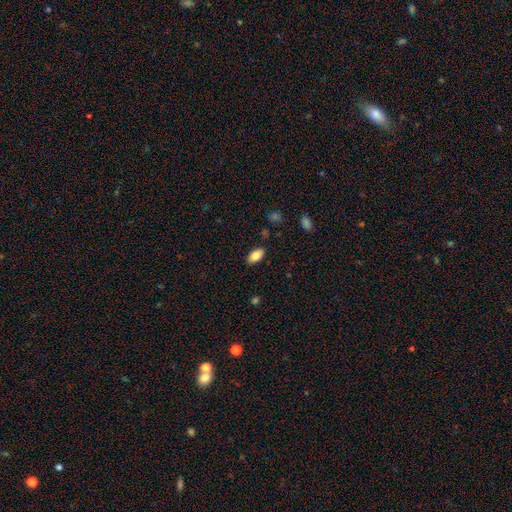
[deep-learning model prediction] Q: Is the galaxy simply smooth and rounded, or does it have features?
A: smooth — 82%.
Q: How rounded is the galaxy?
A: in between — 93%.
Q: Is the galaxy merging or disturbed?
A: none — 86%.